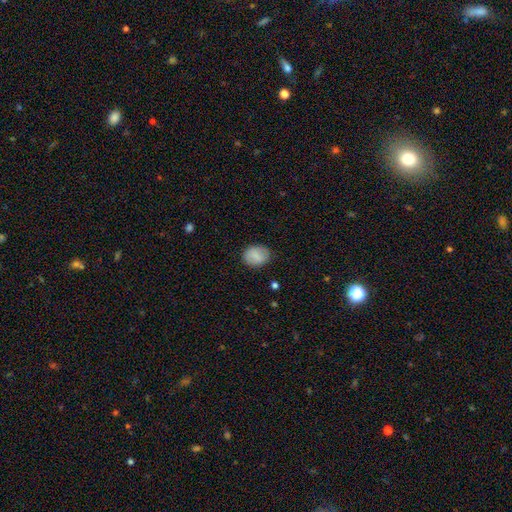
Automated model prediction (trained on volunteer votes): This appears to be a smooth galaxy with no disk features (79%) that is in between round and cigar-shaped (50%). Merging: none (84%).